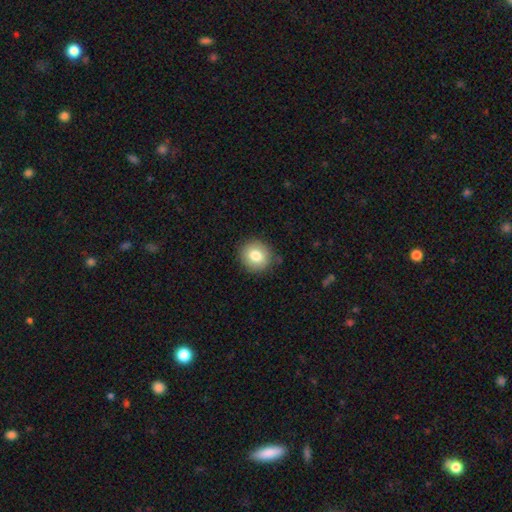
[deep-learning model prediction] Smooth or featured? smooth (80%)
How rounded? round (84%)
Merging? none (86%)